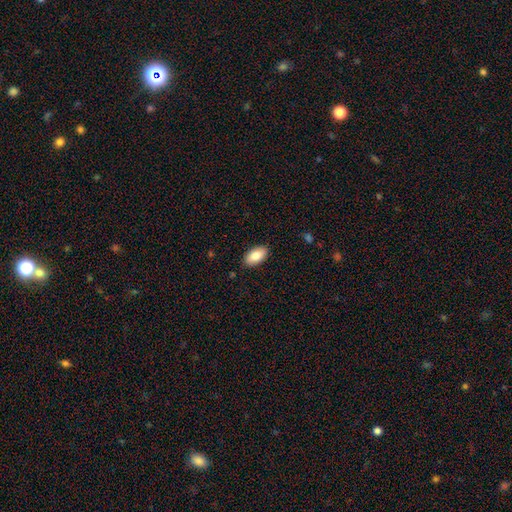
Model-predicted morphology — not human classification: smooth-or-featured: smooth: 83% | featured or disk: 11% | star or artifact: 6%
  how-rounded: in between: 94% | round: 3% | cigar-shaped: 3%
  merging: none: 88% | minor disturbance: 9% | major disturbance: 2% | merger: 1%